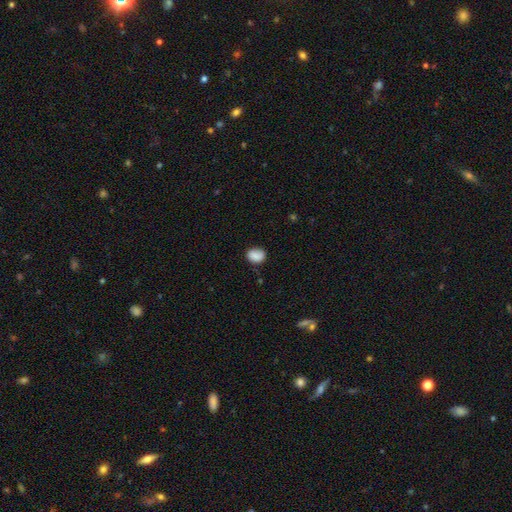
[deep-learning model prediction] The model was most divided on "how rounded": in between: 55%, round: 44%, cigar-shaped: 1%. More confident: smooth or featured — smooth (85%); merging — none (75%).